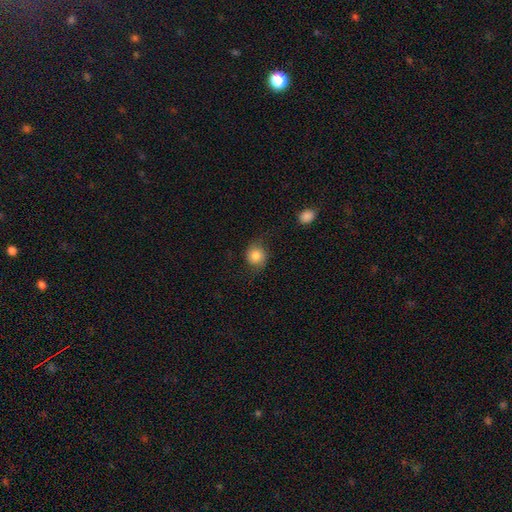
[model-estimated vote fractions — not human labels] Smooth or featured: smooth — 75% (featured or disk — 16%)
How rounded: round — 78% (in between — 21%)
Merging: none — 70% (minor disturbance — 20%)